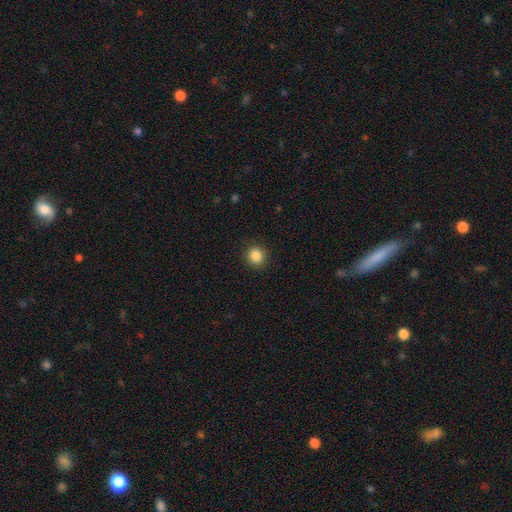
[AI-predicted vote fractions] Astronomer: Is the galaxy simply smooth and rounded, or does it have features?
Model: smooth — 86%.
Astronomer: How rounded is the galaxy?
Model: round — 85%.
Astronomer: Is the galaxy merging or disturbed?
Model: none — 90%.